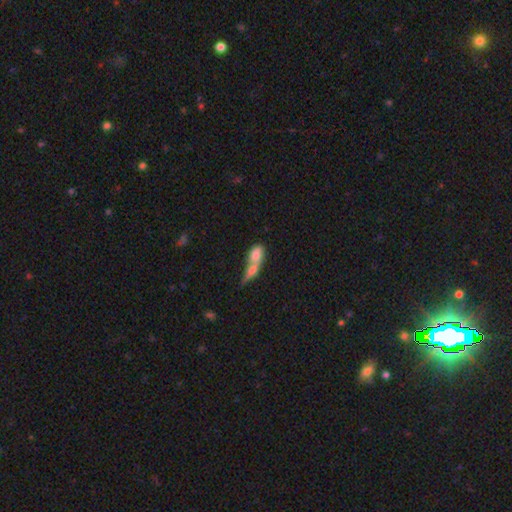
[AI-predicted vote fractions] smooth_or_featured: smooth (p=0.70) [alt: featured or disk p=0.22]
how_rounded: in between (p=0.73) [alt: cigar-shaped p=0.16]
merging: merger (p=0.71) [alt: none p=0.17]